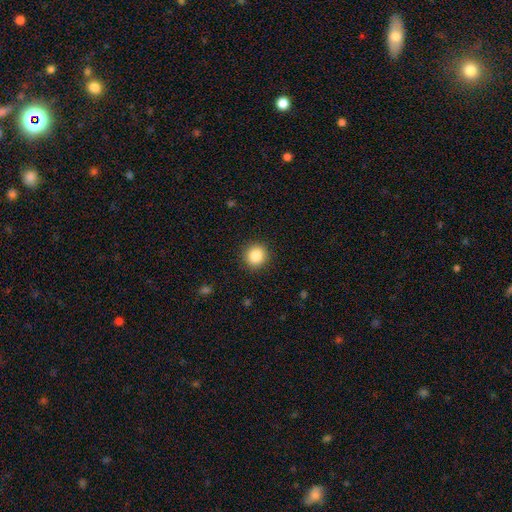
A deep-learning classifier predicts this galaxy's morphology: A smooth galaxy with no disk features (86%) that is round (91%). Merging: none (91%).